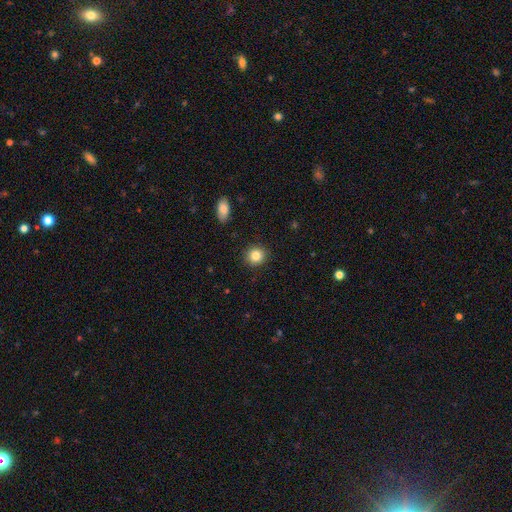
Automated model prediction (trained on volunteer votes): This is clearly a smooth galaxy (84%). How rounded: clearly round (88%). Merging: clearly none (91%).